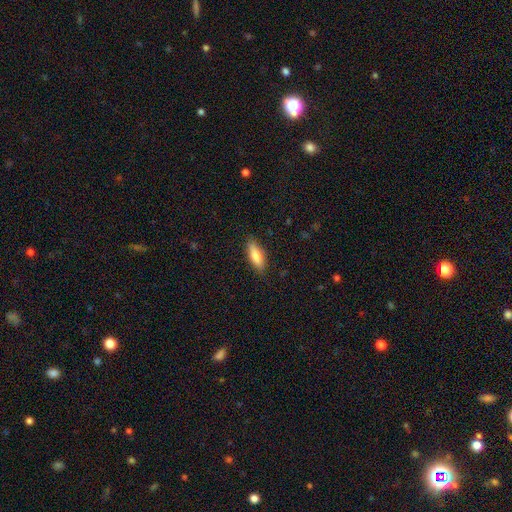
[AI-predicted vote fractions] A smooth galaxy with no disk features (80%) that is in between round and cigar-shaped (62%). Merging: none (85%).